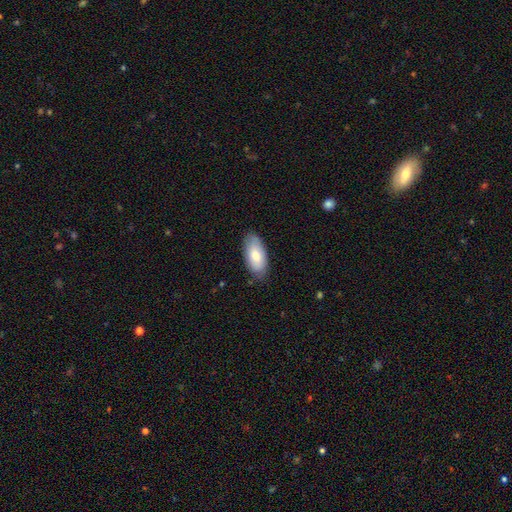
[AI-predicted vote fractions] The model was most divided on "smooth or featured": smooth: 73%, featured or disk: 21%, star or artifact: 6%. More confident: how rounded — in between (92%); merging — none (79%).